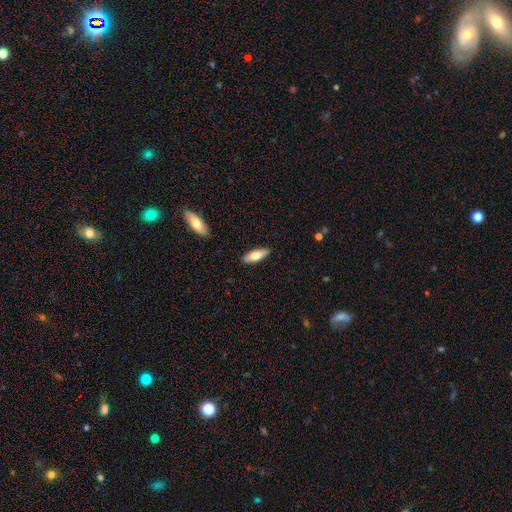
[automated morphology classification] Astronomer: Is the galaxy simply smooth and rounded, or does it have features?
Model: smooth — 75%.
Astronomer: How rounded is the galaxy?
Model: in between — 65%.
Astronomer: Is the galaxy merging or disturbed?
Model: none — 87%.